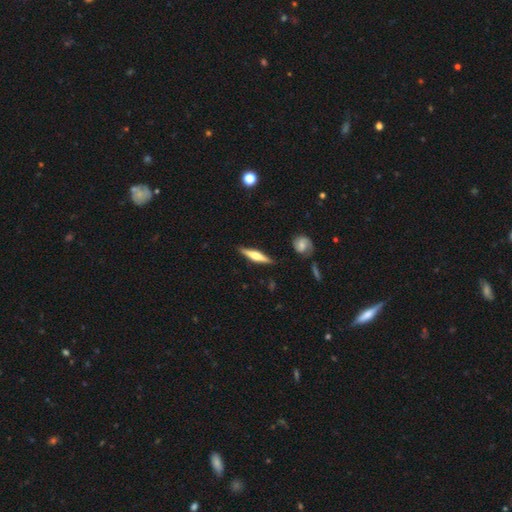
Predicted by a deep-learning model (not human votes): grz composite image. It shows a featured or disk galaxy (59%) viewed edge-on (95%) with a rounded central bulge (83%). Merging: none (87%).